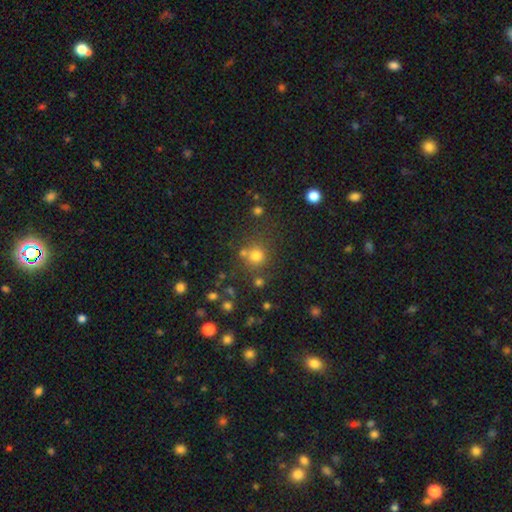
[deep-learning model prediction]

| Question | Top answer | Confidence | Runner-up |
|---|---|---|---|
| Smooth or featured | smooth | 73% | star or artifact (19%) |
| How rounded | round | 90% | in between (9%) |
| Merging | none | 70% | merger (15%) |